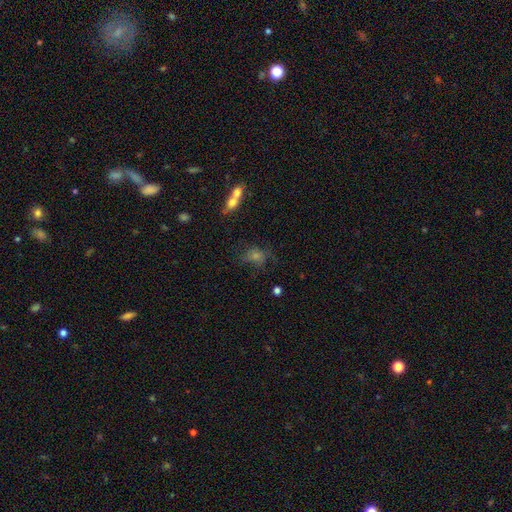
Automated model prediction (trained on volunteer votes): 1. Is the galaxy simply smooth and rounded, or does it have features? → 43% smooth, 30% star or artifact, 27% featured or disk.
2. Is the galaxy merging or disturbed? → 59% none, 20% minor disturbance, 13% major disturbance, 8% merger.